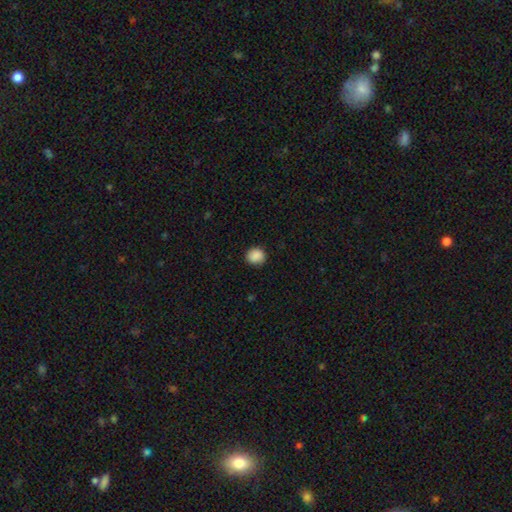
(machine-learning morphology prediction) type=smooth (89%); roundness=round (81%); merging=none (88%).